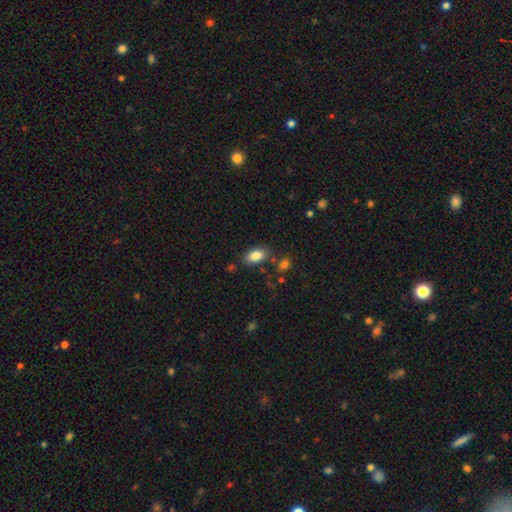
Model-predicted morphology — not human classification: smooth_or_featured: smooth (p=0.85) [alt: star or artifact p=0.08]
how_rounded: in between (p=0.91) [alt: round p=0.07]
merging: none (p=0.79) [alt: minor disturbance p=0.12]